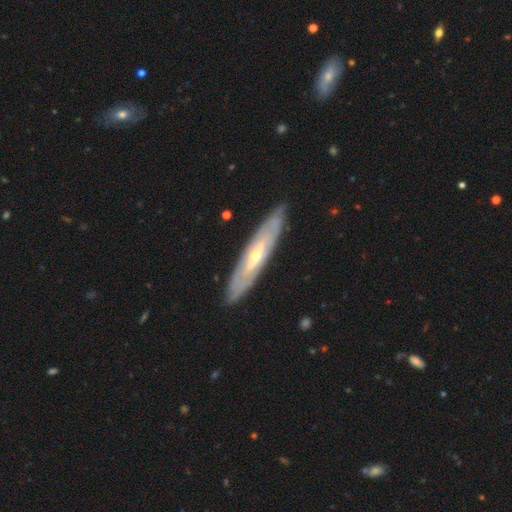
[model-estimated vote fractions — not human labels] smooth-or-featured: featured or disk: 77% | smooth: 18% | star or artifact: 5%
  disk-edge-on: no: 57% | yes: 43%
  merging: none: 86% | minor disturbance: 10% | major disturbance: 2% | merger: 1%